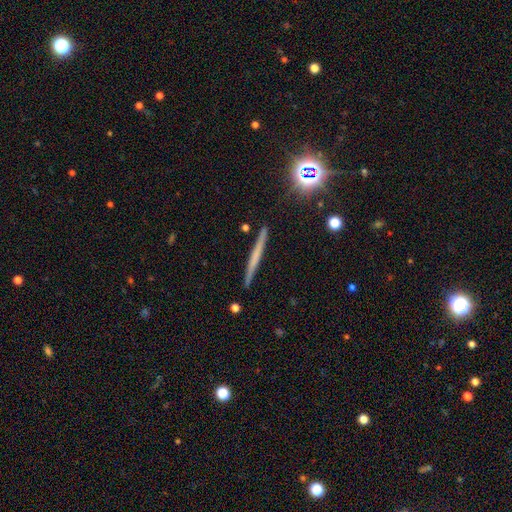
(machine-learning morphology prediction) type=featured or disk (47%); merging=none (91%).